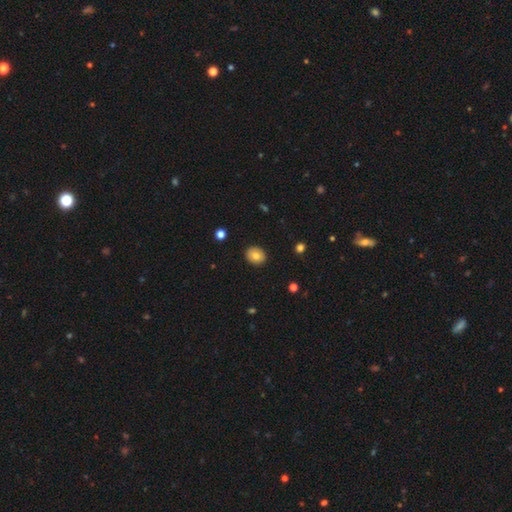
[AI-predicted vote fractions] Overall: smooth (77%). How rounded: round (68%; in between 31%). Merging: none (90%).